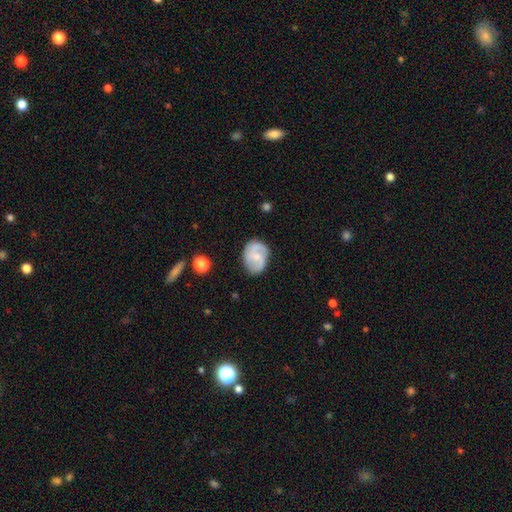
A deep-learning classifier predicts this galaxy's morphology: smooth-or-featured: featured or disk: 61% | smooth: 33% | star or artifact: 7%
  disk-edge-on: no: 97% | yes: 3%
    bar: no: 57% | weak: 37% | strong: 6%
    has-spiral-arms: yes: 87% | no: 13%
      spiral-winding: medium: 45% | tight: 33% | loose: 22%
      spiral-arm-count: 2: 64% | can't tell: 16% | 3: 11% | 1: 6% | 4: 2% | more than 4: 2%
    bulge-size: small: 57% | moderate: 33% | none: 8% | large: 2% | dominant: 1%
  merging: none: 73% | minor disturbance: 20% | major disturbance: 6% | merger: 2%